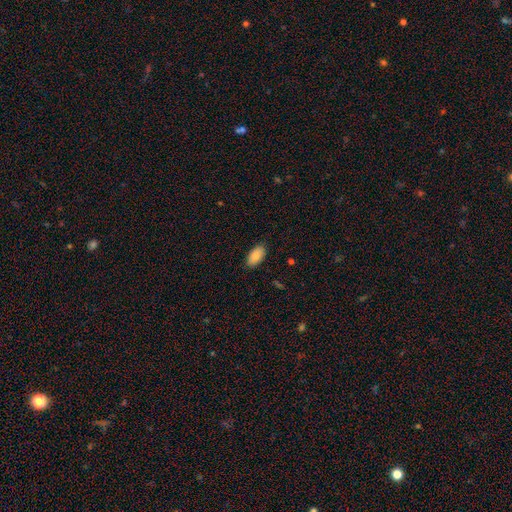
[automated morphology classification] The model was most divided on "merging": none: 87%, minor disturbance: 10%, major disturbance: 2%, merger: 1%. More confident: how rounded — in between (94%); smooth or featured — smooth (87%).